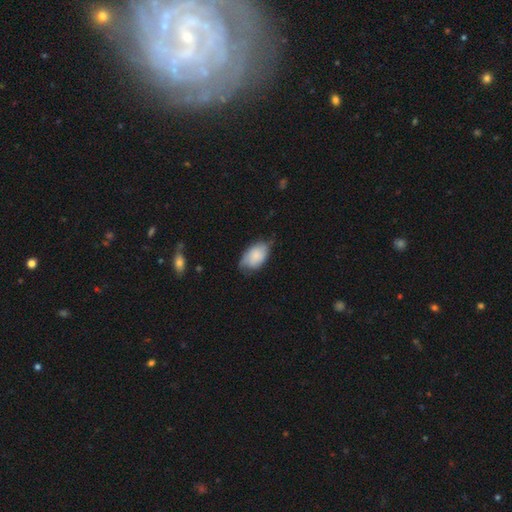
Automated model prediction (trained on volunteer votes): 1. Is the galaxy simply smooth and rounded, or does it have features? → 73% smooth, 21% featured or disk, 7% star or artifact.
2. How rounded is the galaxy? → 92% in between, 6% round, 2% cigar-shaped.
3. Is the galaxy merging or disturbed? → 50% none, 39% minor disturbance, 9% major disturbance, 2% merger.